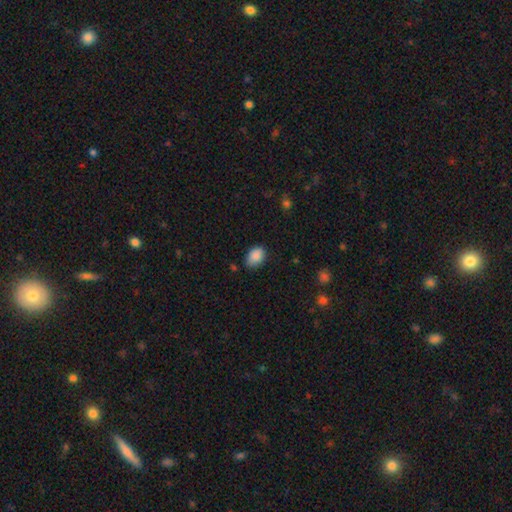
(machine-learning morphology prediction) smooth 88%, star or artifact 8%, featured or disk 4%. Down the decision tree: how rounded — in between (81%); merging — none (76%).